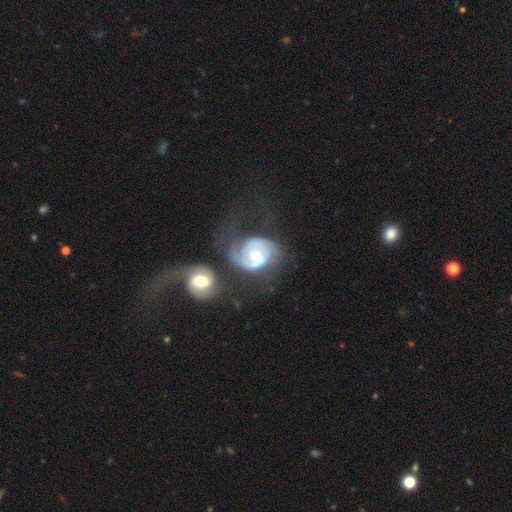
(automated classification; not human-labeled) Smooth or featured? Predicted: featured or disk (p=0.85). Edge-on disk? Predicted: no (p=0.98). Bar? Predicted: no (p=0.57). Spiral arms? Predicted: yes (p=0.95). Spiral winding? Predicted: tight (p=0.47). Spiral arm count? Predicted: 2 (p=0.70). Bulge size? Predicted: moderate (p=0.50). Merging? Predicted: none (p=0.38).